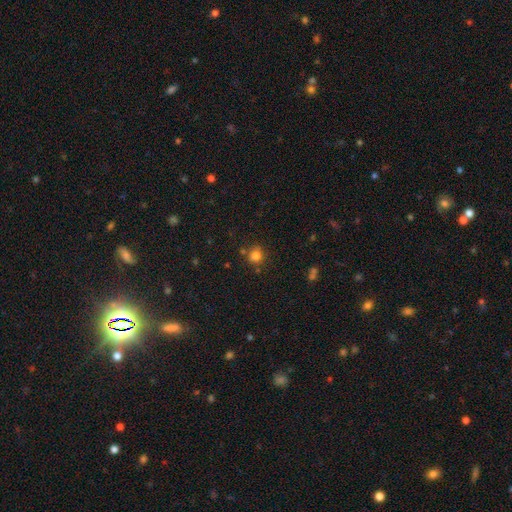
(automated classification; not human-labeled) smooth 80%, star or artifact 13%, featured or disk 6%. Down the decision tree: how rounded — round (81%); merging — none (75%).